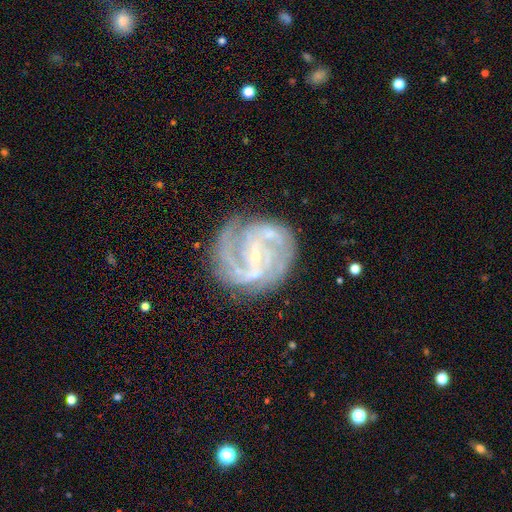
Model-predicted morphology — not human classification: This appears to be a featured or disk galaxy (87%) with a weak bar (46%), 2 (36%) tight (48%) spiral arms (96%) and a small central bulge (83%). Merging: none (72%).